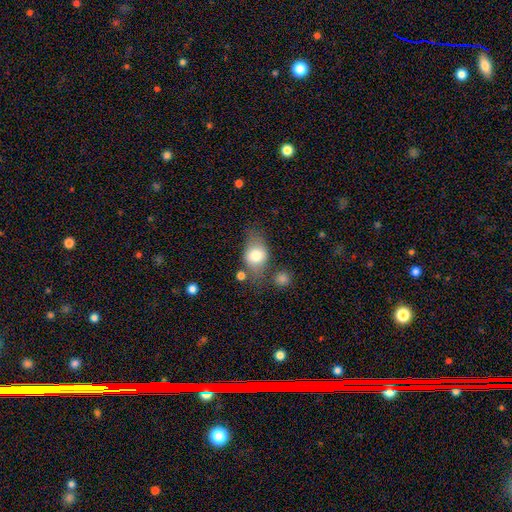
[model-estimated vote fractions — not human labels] Q: Smooth or featured?
A: smooth (67%); runner-up: featured or disk (25%)
Q: How rounded?
A: in between (70%); runner-up: round (27%)
Q: Merging?
A: none (57%); runner-up: minor disturbance (23%)